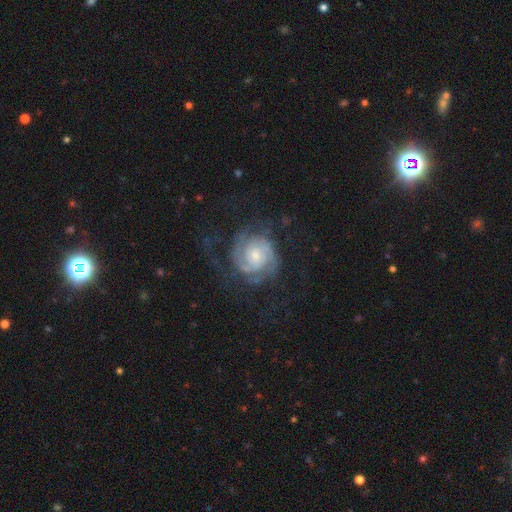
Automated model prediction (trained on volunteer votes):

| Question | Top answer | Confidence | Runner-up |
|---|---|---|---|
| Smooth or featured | featured or disk | 86% | smooth (8%) |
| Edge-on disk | no | 98% | yes (2%) |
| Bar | no | 68% | weak (27%) |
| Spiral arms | yes | 97% | no (3%) |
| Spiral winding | tight | 62% | medium (29%) |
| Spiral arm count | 2 | 59% | can't tell (16%) |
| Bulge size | small | 50% | moderate (39%) |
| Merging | none | 65% | major disturbance (18%) |